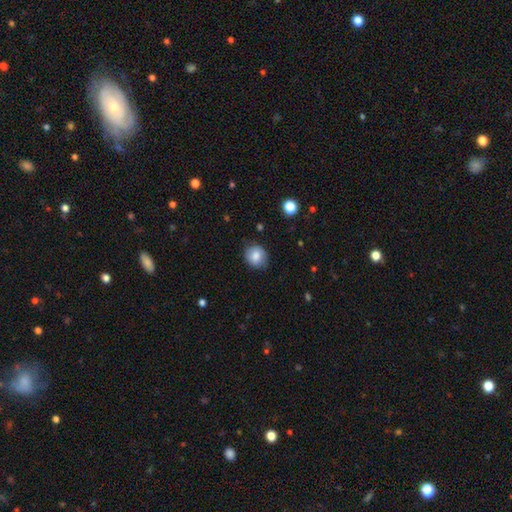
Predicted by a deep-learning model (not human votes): Overall: smooth (82%). How rounded: round (68%; in between 31%). Merging: none (81%).